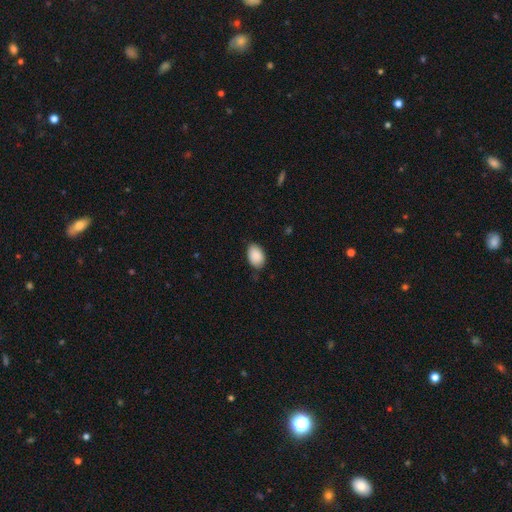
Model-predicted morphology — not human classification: Smooth or featured?
  - smooth: 90% *
  - star or artifact: 7%
  - featured or disk: 3%
How rounded?
  - in between: 88% *
  - round: 11%
  - cigar-shaped: 1%
Merging?
  - none: 79% *
  - minor disturbance: 17%
  - major disturbance: 3%
  - merger: 1%